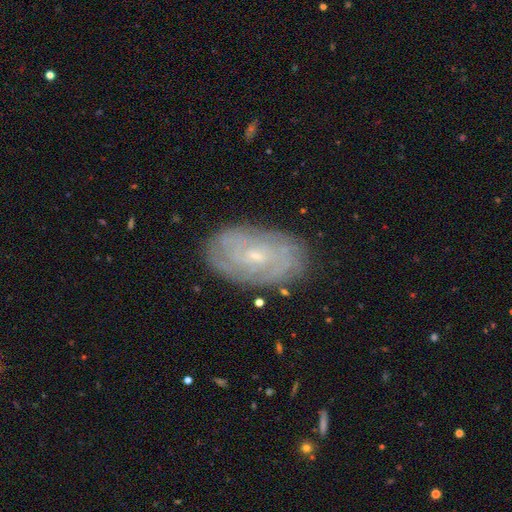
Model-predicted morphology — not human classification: featured or disk 74%, smooth 18%, star or artifact 8%. Down the decision tree: edge-on disk — no (95%); bar — no (56%); spiral arms — yes (88%); spiral arm count — can't tell (49%); spiral winding — tight (74%); bulge size — small (78%); merging — none (81%).